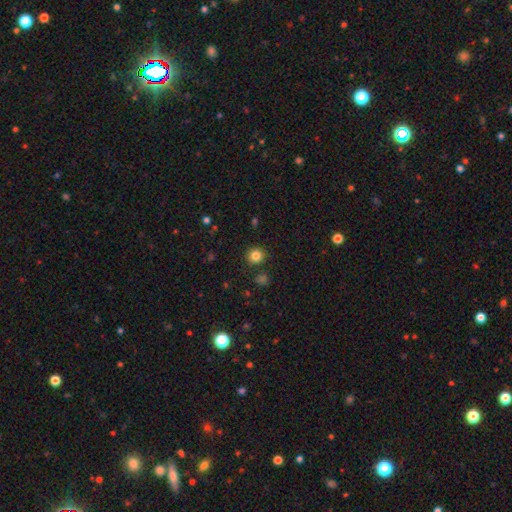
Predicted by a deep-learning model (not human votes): Smooth or featured?
  - smooth: 82% *
  - star or artifact: 13%
  - featured or disk: 5%
How rounded?
  - round: 92% *
  - in between: 7%
  - cigar-shaped: 1%
Merging?
  - none: 89% *
  - minor disturbance: 6%
  - merger: 3%
  - major disturbance: 2%